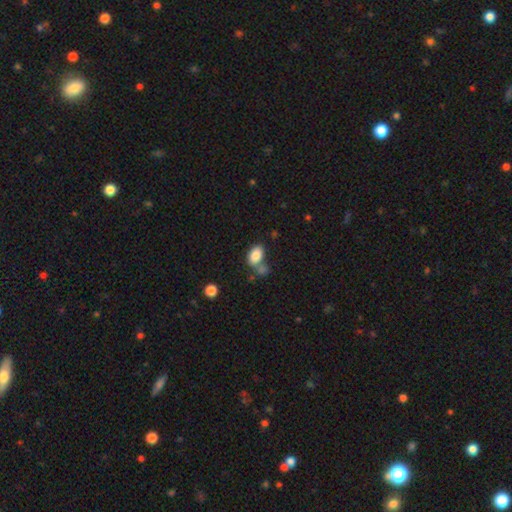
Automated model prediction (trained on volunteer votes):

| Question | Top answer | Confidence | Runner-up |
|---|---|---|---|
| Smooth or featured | smooth | 84% | star or artifact (8%) |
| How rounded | in between | 90% | round (8%) |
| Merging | none | 49% | merger (30%) |